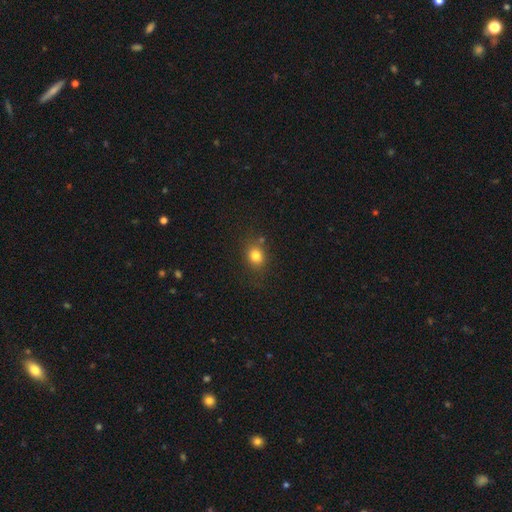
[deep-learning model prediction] Smooth or featured? Predicted: smooth (p=0.80). How rounded? Predicted: round (p=0.66). Merging? Predicted: none (p=0.76).